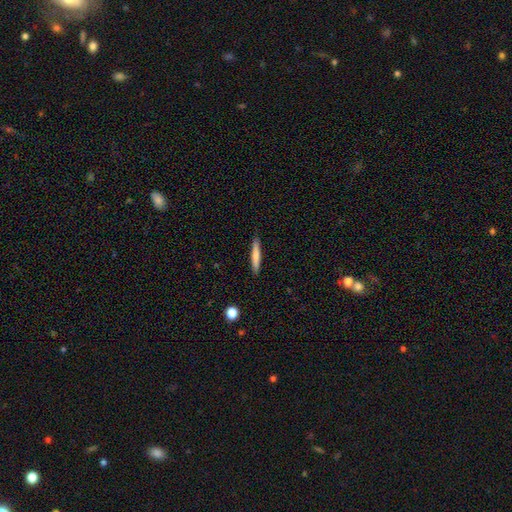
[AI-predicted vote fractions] smooth_or_featured: smooth (p=0.69) [alt: featured or disk p=0.25]
how_rounded: cigar-shaped (p=0.94) [alt: in between p=0.05]
merging: none (p=0.90) [alt: minor disturbance p=0.07]